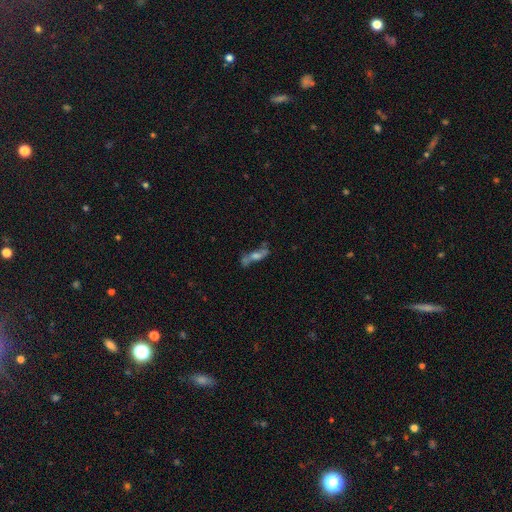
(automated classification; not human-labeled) smooth_or_featured: featured or disk (p=0.51) [alt: smooth p=0.35]
disk_edge_on: no (p=0.61) [alt: yes p=0.39]
merging: none (p=0.44) [alt: merger p=0.24]